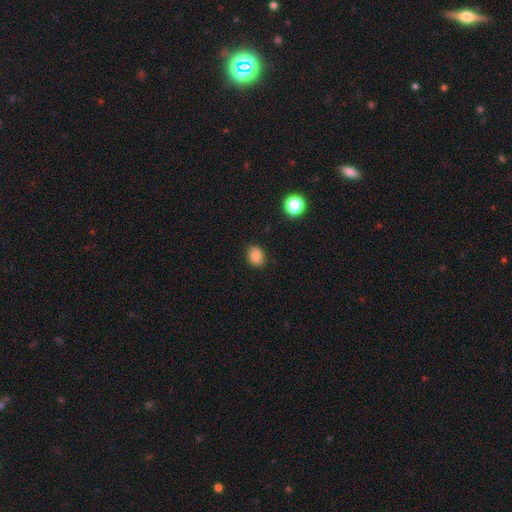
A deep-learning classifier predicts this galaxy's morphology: A smooth galaxy with no disk features (83%) that is round (51%).

Vote fractions:
- Smooth or featured? smooth: 83% / star or artifact: 11% / featured or disk: 6%
- How rounded? round: 51% / in between: 48% / cigar-shaped: 1%
- Merging? none: 87% / minor disturbance: 10% / major disturbance: 2% / merger: 1%